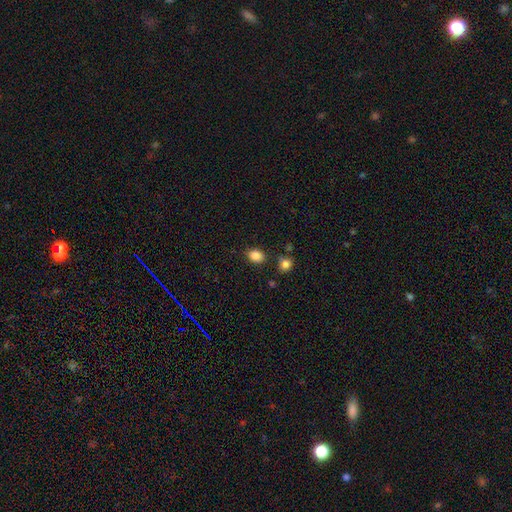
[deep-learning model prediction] Smooth or featured: smooth — 86% (star or artifact — 10%)
How rounded: in between — 62% (round — 37%)
Merging: none — 82% (minor disturbance — 11%)